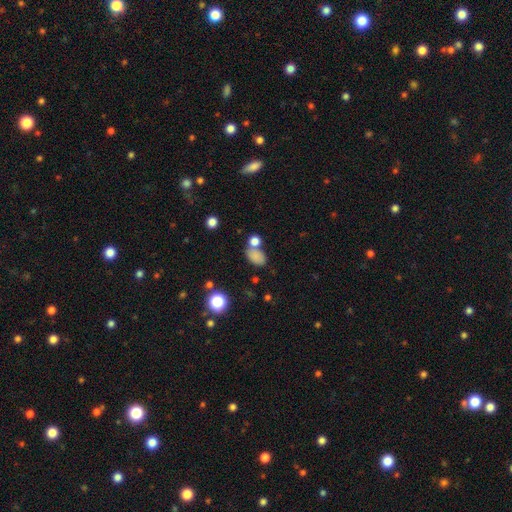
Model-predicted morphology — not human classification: Q: Smooth or featured?
A: smooth (80%); runner-up: star or artifact (13%)
Q: How rounded?
A: in between (82%); runner-up: round (16%)
Q: Merging?
A: none (51%); runner-up: merger (27%)